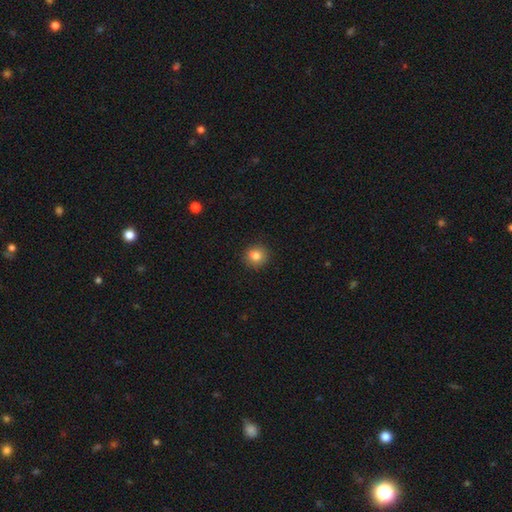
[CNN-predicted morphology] The model was most divided on "smooth or featured": smooth: 84%, star or artifact: 10%, featured or disk: 6%. More confident: merging — none (91%); how rounded — round (87%).